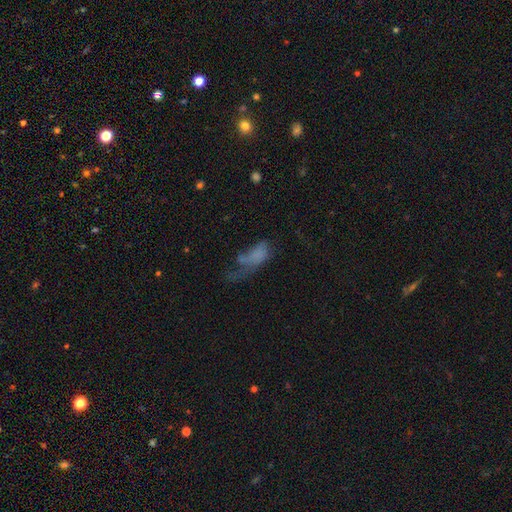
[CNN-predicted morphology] smooth_or_featured: smooth (p=0.51) [alt: featured or disk p=0.34]
how_rounded: in between (p=0.82) [alt: cigar-shaped p=0.11]
merging: major disturbance (p=0.52) [alt: none p=0.20]